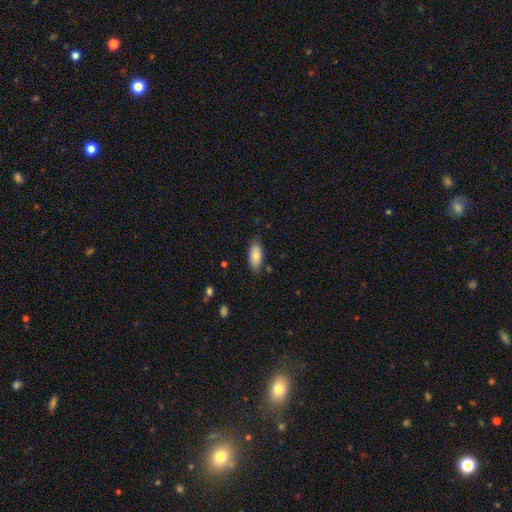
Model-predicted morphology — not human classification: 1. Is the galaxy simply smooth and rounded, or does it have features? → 83% smooth, 11% featured or disk, 6% star or artifact.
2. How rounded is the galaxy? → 87% in between, 11% cigar-shaped, 2% round.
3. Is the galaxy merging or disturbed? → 80% none, 16% minor disturbance, 3% major disturbance, 2% merger.